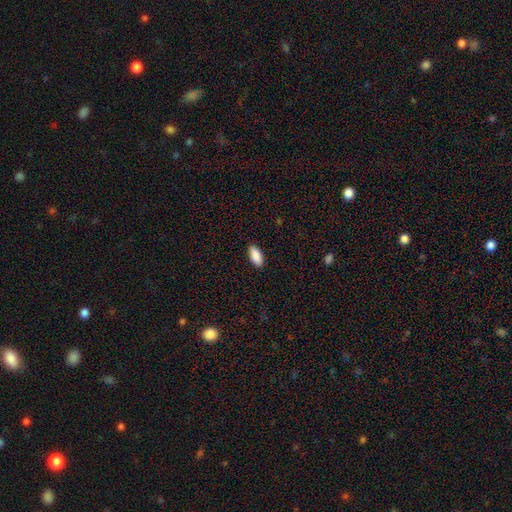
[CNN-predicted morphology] A smooth galaxy with no disk features (89%) that is in between round and cigar-shaped (87%).

Vote fractions:
- Smooth or featured? smooth: 89% / star or artifact: 6% / featured or disk: 5%
- How rounded? in between: 87% / cigar-shaped: 12% / round: 2%
- Merging? none: 90% / minor disturbance: 7% / major disturbance: 2% / merger: 1%